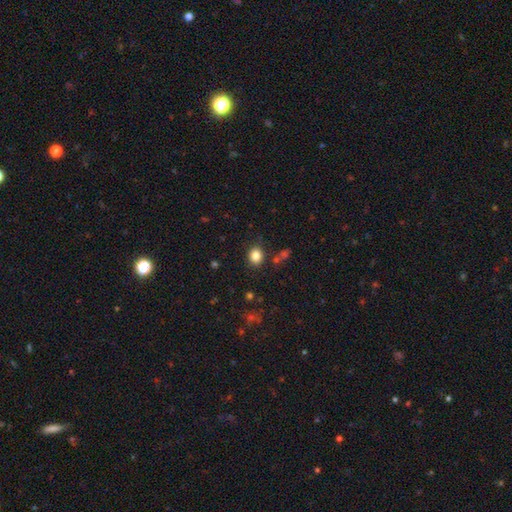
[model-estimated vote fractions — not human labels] Smooth or featured? smooth (84%)
How rounded? round (57%)
Merging? none (84%)